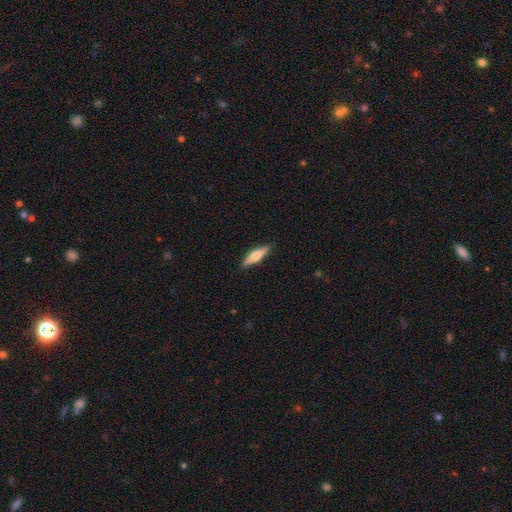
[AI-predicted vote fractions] Overall: smooth (53%; featured or disk 42%). How rounded: cigar-shaped (67%; in between 31%). Merging: none (88%).